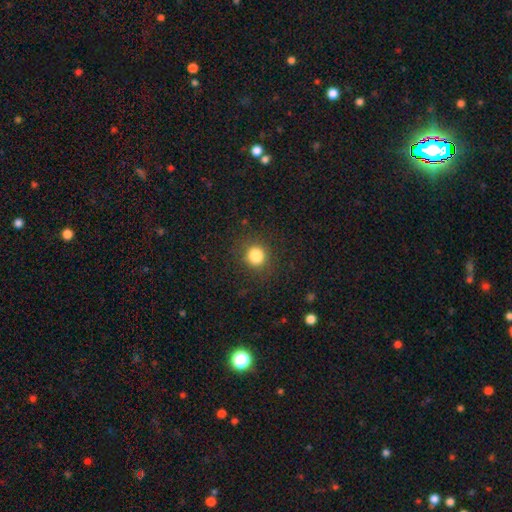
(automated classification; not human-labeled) A smooth galaxy with no disk features (83%) that is round (91%).

Vote fractions:
- Smooth or featured? smooth: 83% / star or artifact: 12% / featured or disk: 5%
- How rounded? round: 91% / in between: 8% / cigar-shaped: 1%
- Merging? none: 88% / minor disturbance: 8% / major disturbance: 4% / merger: 1%